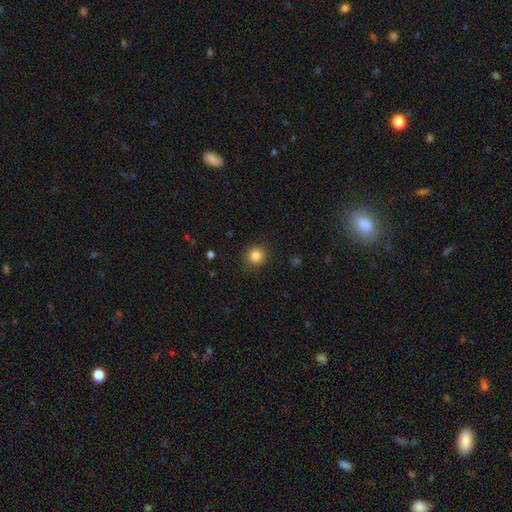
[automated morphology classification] Overall: smooth (84%). How rounded: round (90%). Merging: none (89%).